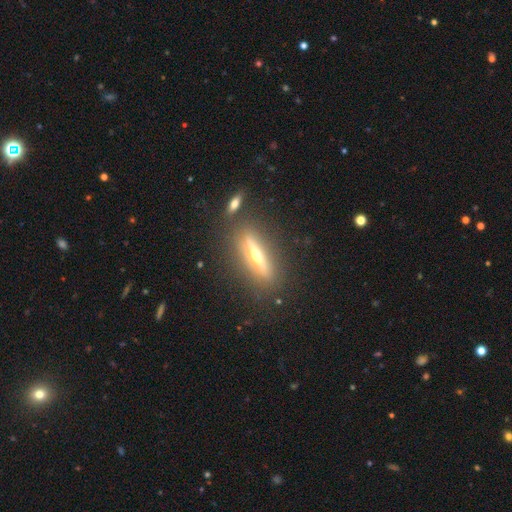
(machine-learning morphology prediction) smooth_or_featured: featured or disk (p=0.70) [alt: smooth p=0.23]
disk_edge_on: yes (p=0.90) [alt: no p=0.10]
edge_on_bulge: rounded (p=0.91) [alt: none p=0.06]
merging: none (p=0.81) [alt: minor disturbance p=0.10]